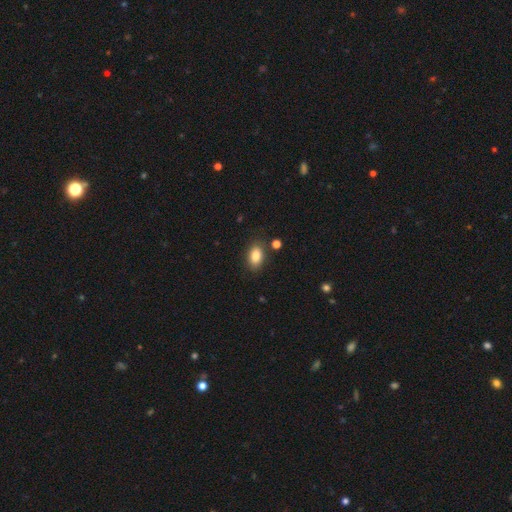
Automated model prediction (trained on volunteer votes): Smooth or featured? smooth (86%)
How rounded? in between (88%)
Merging? none (82%)